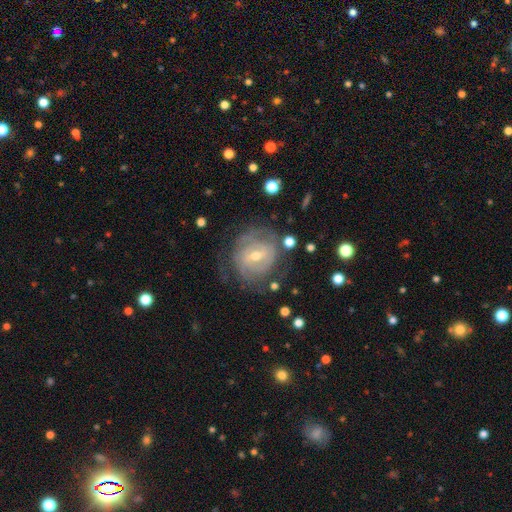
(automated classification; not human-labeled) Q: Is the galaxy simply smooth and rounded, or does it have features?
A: featured or disk — 79%.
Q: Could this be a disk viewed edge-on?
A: no — 97%.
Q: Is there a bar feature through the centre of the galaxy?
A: weak — 52%.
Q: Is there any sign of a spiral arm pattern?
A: yes — 81%.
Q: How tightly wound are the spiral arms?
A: tight — 65%.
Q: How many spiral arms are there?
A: can't tell — 47%.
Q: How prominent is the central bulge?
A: moderate — 53%.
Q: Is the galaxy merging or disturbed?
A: none — 66%.